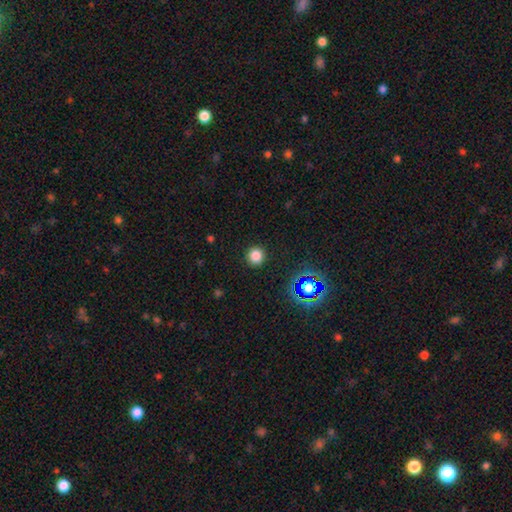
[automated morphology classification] smooth_or_featured: smooth (p=0.79) [alt: star or artifact p=0.17]
how_rounded: round (p=0.93) [alt: in between p=0.06]
merging: none (p=0.91) [alt: minor disturbance p=0.06]